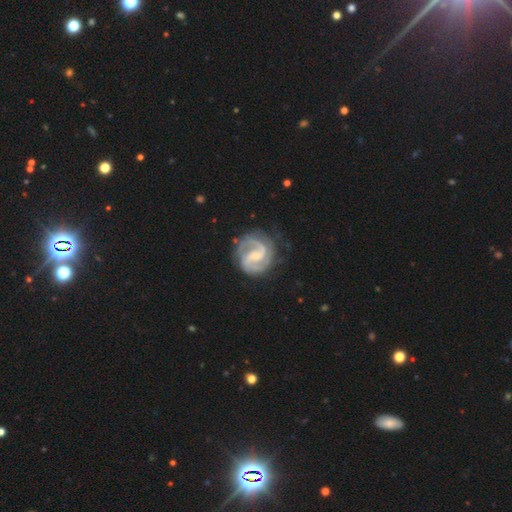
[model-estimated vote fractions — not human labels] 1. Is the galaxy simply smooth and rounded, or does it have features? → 92% featured or disk, 5% smooth, 4% star or artifact.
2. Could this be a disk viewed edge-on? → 98% no, 2% yes.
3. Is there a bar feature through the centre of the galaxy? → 50% weak, 31% no, 19% strong.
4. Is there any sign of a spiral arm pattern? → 98% yes, 2% no.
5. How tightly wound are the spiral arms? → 51% medium, 39% tight, 10% loose.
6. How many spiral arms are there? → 86% 2, 6% 3, 3% can't tell, 2% 1, 2% 4, 1% more than 4.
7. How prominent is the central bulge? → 61% small, 26% moderate, 11% none, 2% large, 1% dominant.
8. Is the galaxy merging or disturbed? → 75% none, 17% minor disturbance, 6% major disturbance, 2% merger.